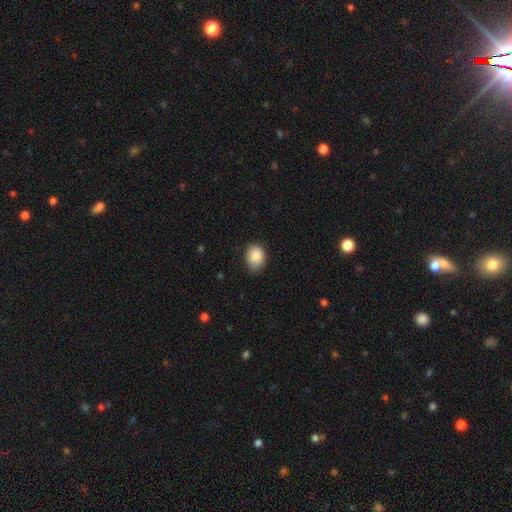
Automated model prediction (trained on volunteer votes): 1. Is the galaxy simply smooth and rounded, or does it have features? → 88% smooth, 8% star or artifact, 4% featured or disk.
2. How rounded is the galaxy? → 63% in between, 36% round, 1% cigar-shaped.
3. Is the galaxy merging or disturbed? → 65% none, 29% minor disturbance, 5% major disturbance, 1% merger.